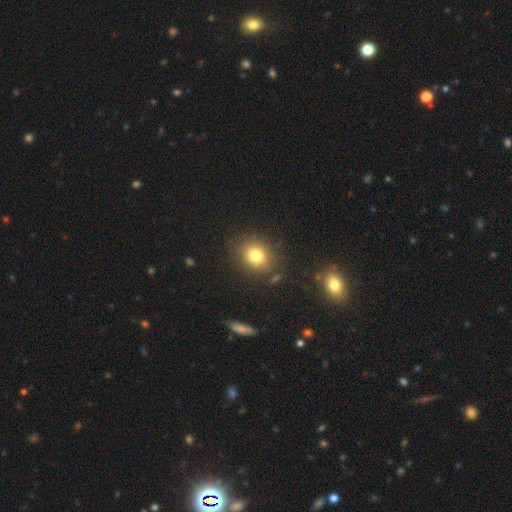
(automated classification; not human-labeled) The model was most divided on "how rounded": round: 71%, in between: 28%, cigar-shaped: 1%. More confident: merging — none (85%); smooth or featured — smooth (79%).